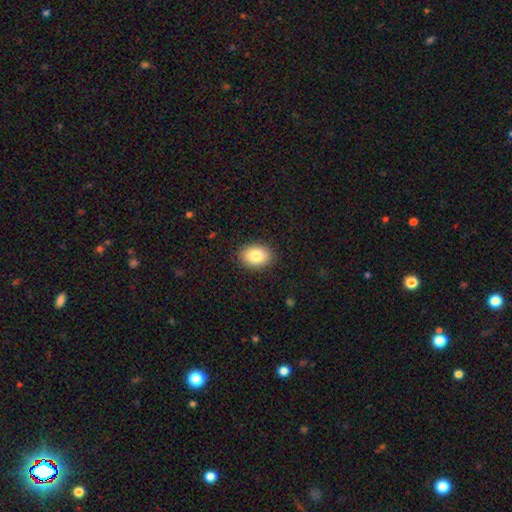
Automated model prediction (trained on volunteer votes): The model was most divided on "how rounded": in between: 71%, round: 28%, cigar-shaped: 1%. More confident: merging — none (90%); smooth or featured — smooth (83%).